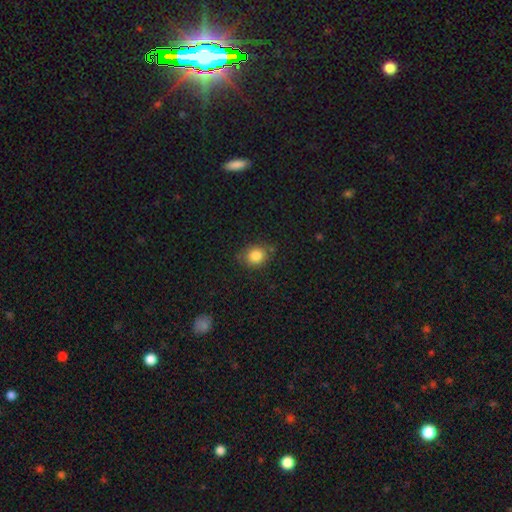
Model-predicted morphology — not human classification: Smooth or featured? smooth (84%)
How rounded? round (59%)
Merging? none (76%)